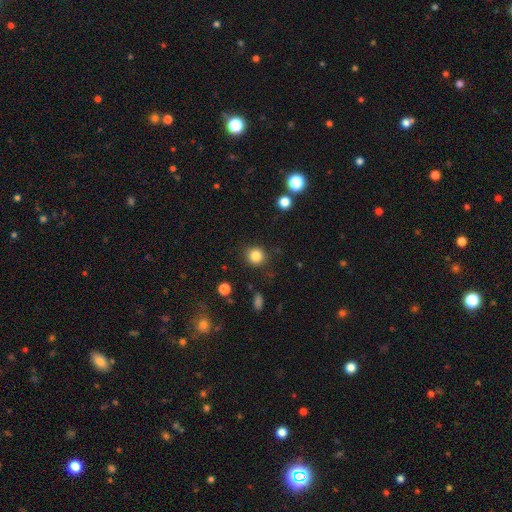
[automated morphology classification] Smooth or featured?
  - smooth: 84% *
  - star or artifact: 11%
  - featured or disk: 5%
How rounded?
  - round: 90% *
  - in between: 9%
  - cigar-shaped: 1%
Merging?
  - none: 88% *
  - minor disturbance: 8%
  - major disturbance: 3%
  - merger: 2%